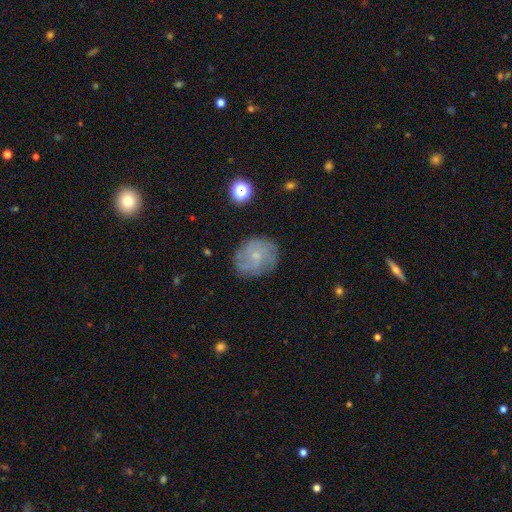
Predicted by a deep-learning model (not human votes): The model was most divided on "spiral winding": tight: 48%, medium: 38%, loose: 15%. Remaining: edge-on disk — no (97%); spiral arms — yes (85%); bar — no (78%); merging — none (78%); bulge size — small (74%); smooth or featured — featured or disk (62%); spiral arm count — can't tell (41%).